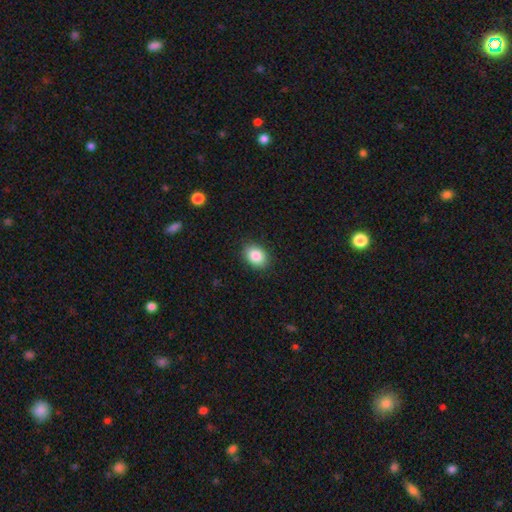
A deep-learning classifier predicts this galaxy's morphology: smooth-or-featured: smooth: 86% | star or artifact: 8% | featured or disk: 6%
  how-rounded: in between: 68% | round: 31% | cigar-shaped: 1%
  merging: none: 89% | minor disturbance: 8% | major disturbance: 2% | merger: 1%